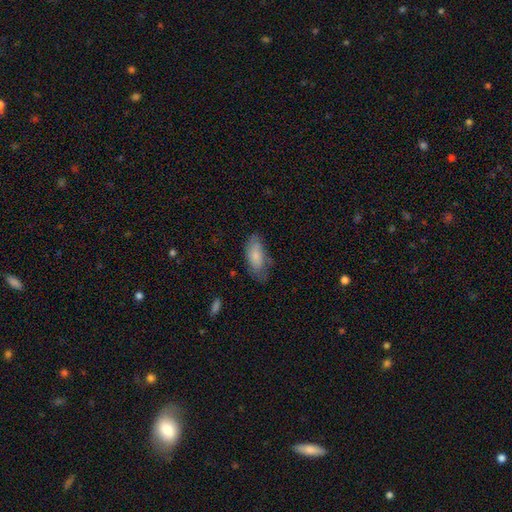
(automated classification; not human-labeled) Overall: smooth (78%). How rounded: in between (85%). Merging: none (59%; minor disturbance 29%).